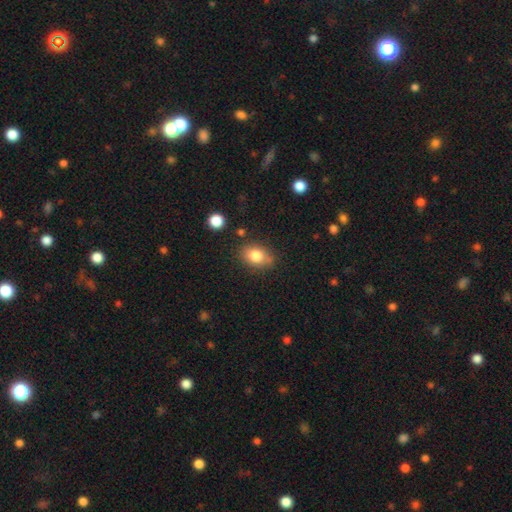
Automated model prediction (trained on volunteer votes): Q: Smooth or featured?
A: smooth (81%); runner-up: star or artifact (9%)
Q: How rounded?
A: in between (68%); runner-up: round (31%)
Q: Merging?
A: none (75%); runner-up: minor disturbance (16%)